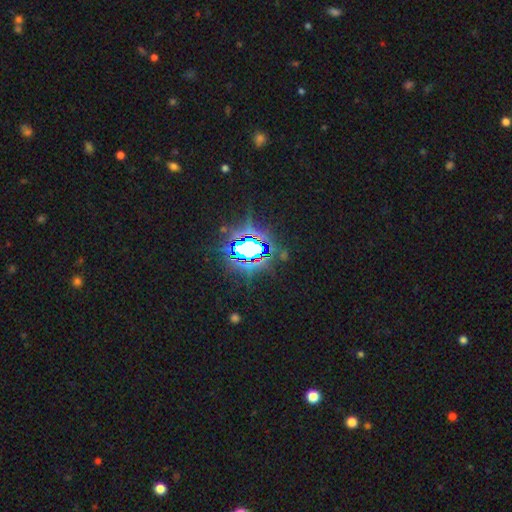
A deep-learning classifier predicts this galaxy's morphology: smooth_or_featured: star or artifact (p=0.78) [alt: smooth p=0.11]